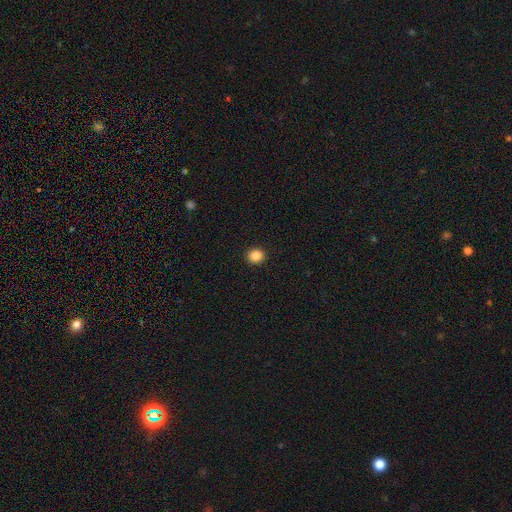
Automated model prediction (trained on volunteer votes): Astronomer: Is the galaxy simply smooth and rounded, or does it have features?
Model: smooth — 86%.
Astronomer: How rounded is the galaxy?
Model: round — 86%.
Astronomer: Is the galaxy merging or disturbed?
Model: none — 93%.